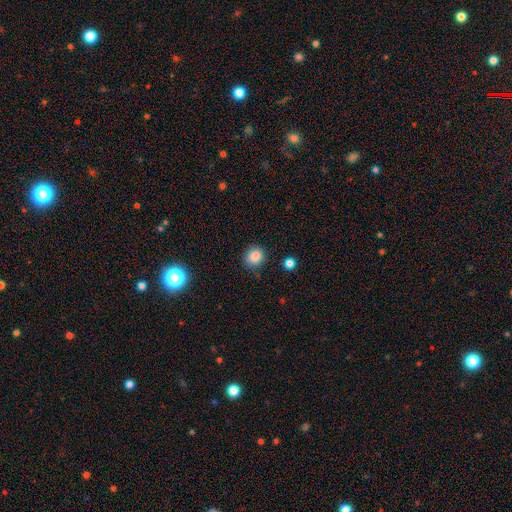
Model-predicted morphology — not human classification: A smooth galaxy with no disk features (85%) that is round (82%). Merging: none (84%).